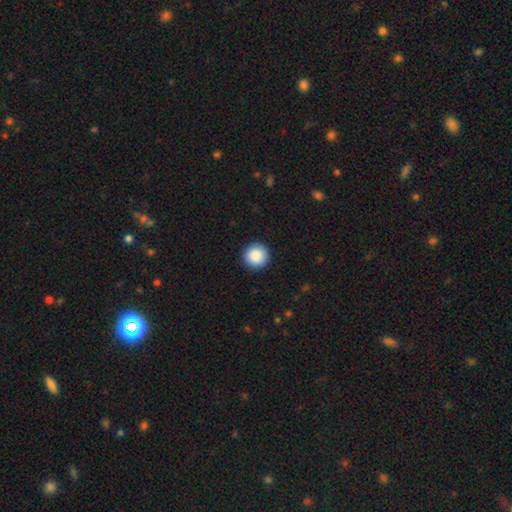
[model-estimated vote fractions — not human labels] Smooth or featured? smooth (89%)
How rounded? round (96%)
Merging? none (93%)